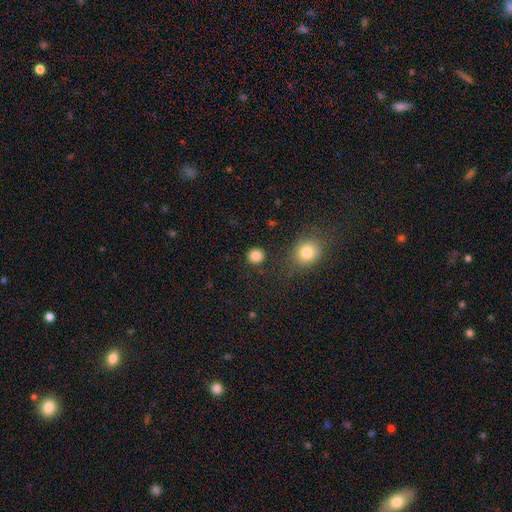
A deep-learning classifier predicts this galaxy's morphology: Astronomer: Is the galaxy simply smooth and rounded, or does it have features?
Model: smooth — 85%.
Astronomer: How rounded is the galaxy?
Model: round — 92%.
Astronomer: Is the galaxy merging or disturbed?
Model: none — 88%.